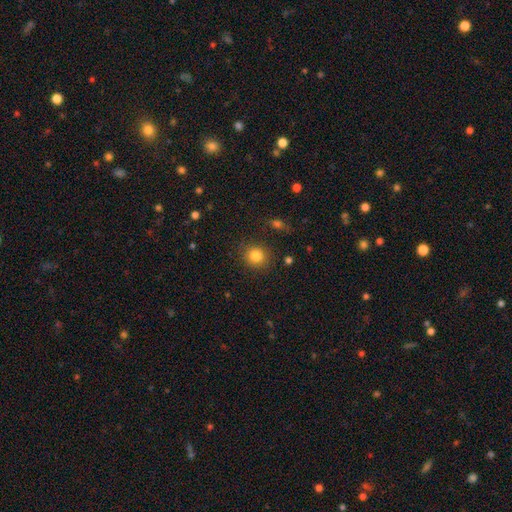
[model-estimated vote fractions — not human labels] smooth 84%, star or artifact 11%, featured or disk 5%. Down the decision tree: how rounded — round (86%); merging — none (86%).